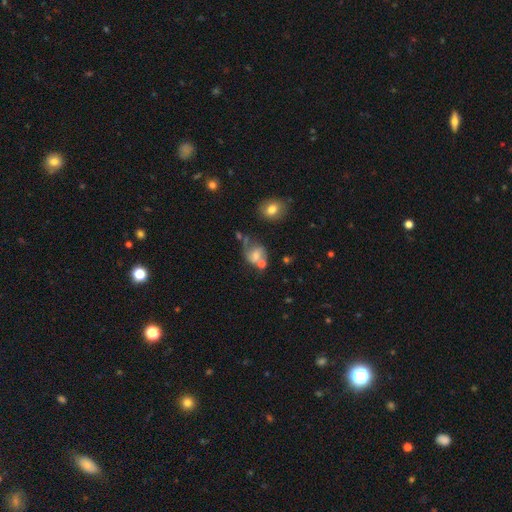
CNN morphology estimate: A smooth galaxy with no disk features (48%). Merging: none (38%).